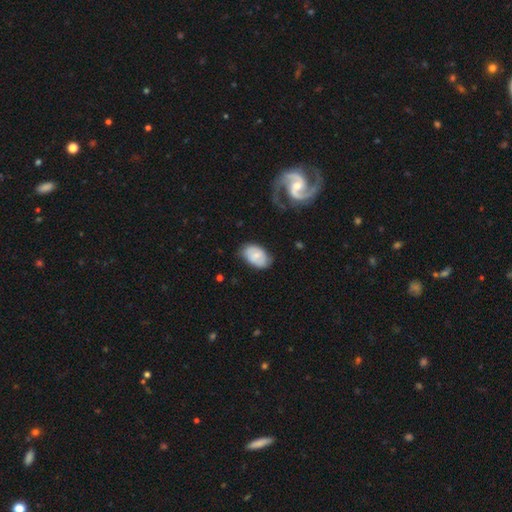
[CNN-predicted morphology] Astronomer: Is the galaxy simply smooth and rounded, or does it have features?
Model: smooth — 59% (runner-up: featured or disk, 35%).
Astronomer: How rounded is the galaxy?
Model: in between — 89%.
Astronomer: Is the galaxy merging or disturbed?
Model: none — 68%.